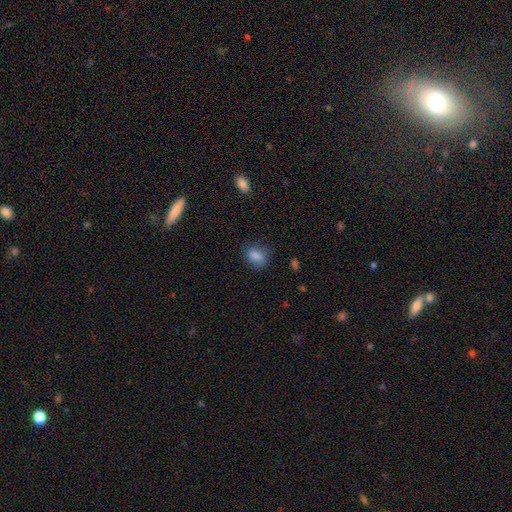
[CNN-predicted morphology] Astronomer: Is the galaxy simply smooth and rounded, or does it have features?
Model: smooth — 84%.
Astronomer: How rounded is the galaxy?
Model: in between — 63%.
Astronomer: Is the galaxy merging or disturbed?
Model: none — 73%.